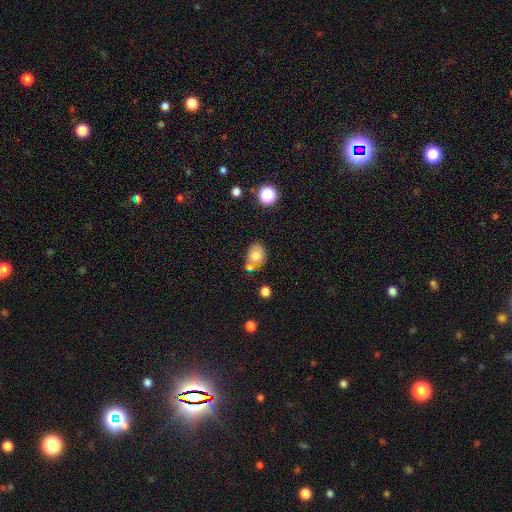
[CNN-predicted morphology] Overall: smooth (70%). How rounded: in between (59%; round 39%). Merging: none (56%; minor disturbance 23%).